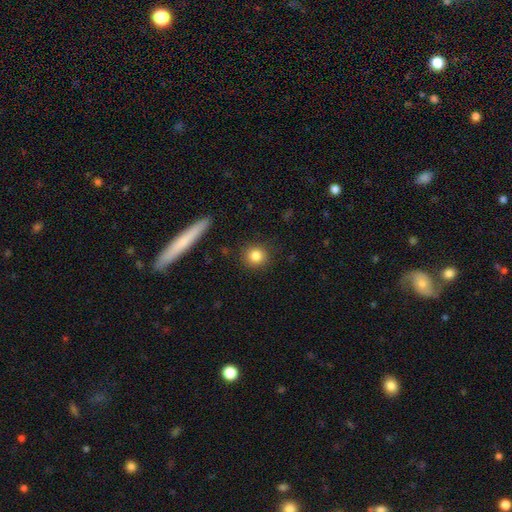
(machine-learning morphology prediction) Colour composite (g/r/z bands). It shows a smooth galaxy with no disk features (84%) that is round (90%). Merging: none (90%).